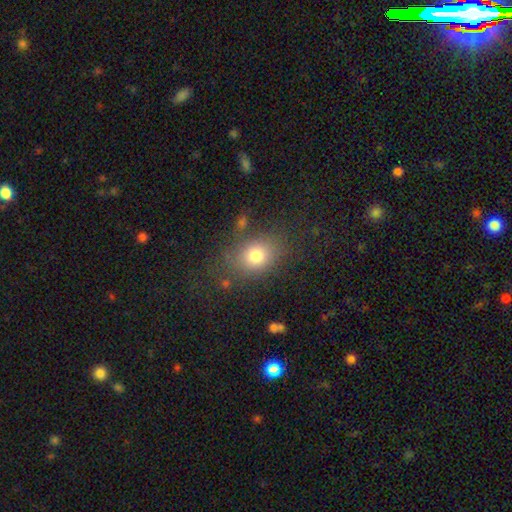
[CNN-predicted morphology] This is likely a smooth galaxy (77%). How rounded: possibly in between (58%). Merging: likely none (71%).